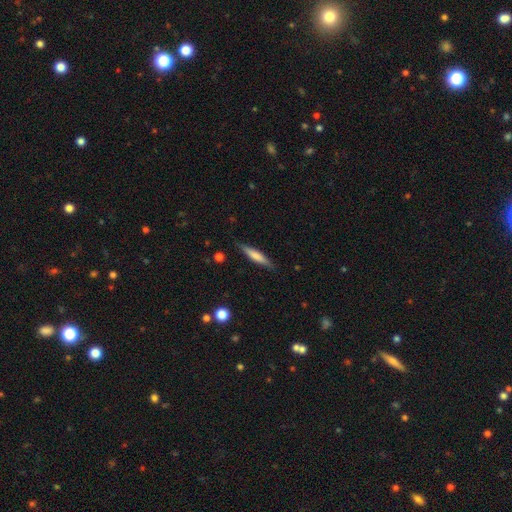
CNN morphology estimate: This is likely a smooth galaxy (61%). How rounded: clearly cigar-shaped (88%). Merging: clearly none (87%).